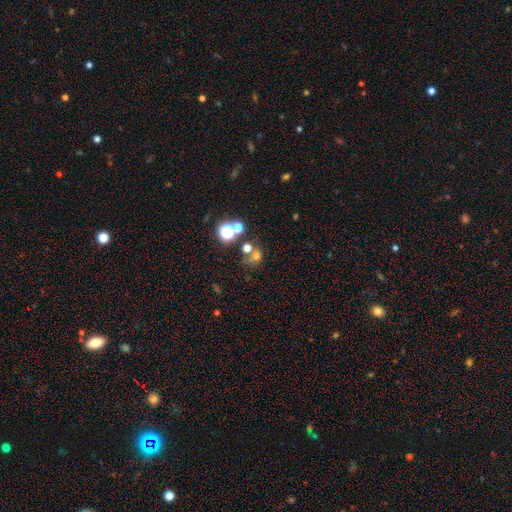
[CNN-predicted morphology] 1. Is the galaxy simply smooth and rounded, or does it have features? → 58% smooth, 28% star or artifact, 14% featured or disk.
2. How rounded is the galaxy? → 75% round, 24% in between, 1% cigar-shaped.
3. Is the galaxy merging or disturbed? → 47% none, 36% merger, 10% minor disturbance, 7% major disturbance.